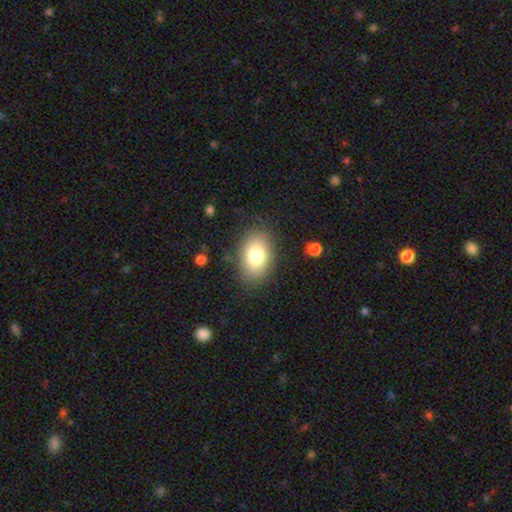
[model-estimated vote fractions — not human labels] Q: Smooth or featured?
A: smooth (79%); runner-up: featured or disk (12%)
Q: How rounded?
A: in between (85%); runner-up: round (14%)
Q: Merging?
A: none (83%); runner-up: minor disturbance (12%)